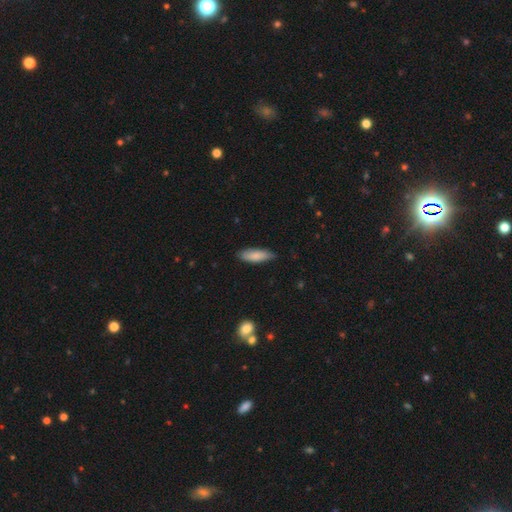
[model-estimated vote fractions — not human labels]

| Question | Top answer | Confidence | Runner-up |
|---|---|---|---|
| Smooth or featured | smooth | 84% | featured or disk (11%) |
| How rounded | in between | 54% | cigar-shaped (44%) |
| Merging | none | 80% | minor disturbance (17%) |